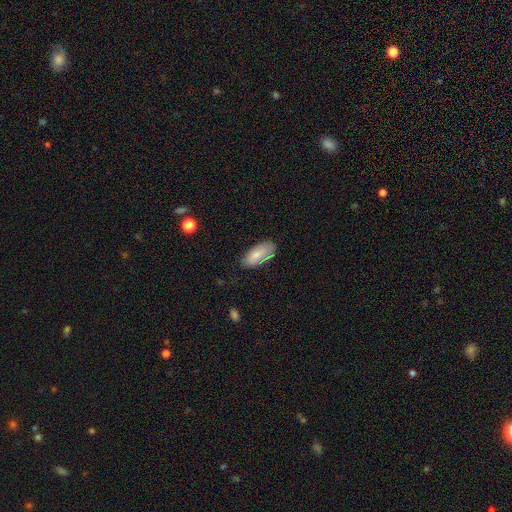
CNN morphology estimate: This appears to be a smooth galaxy with no disk features (70%) that is in between round and cigar-shaped (91%). Merging: none (68%).